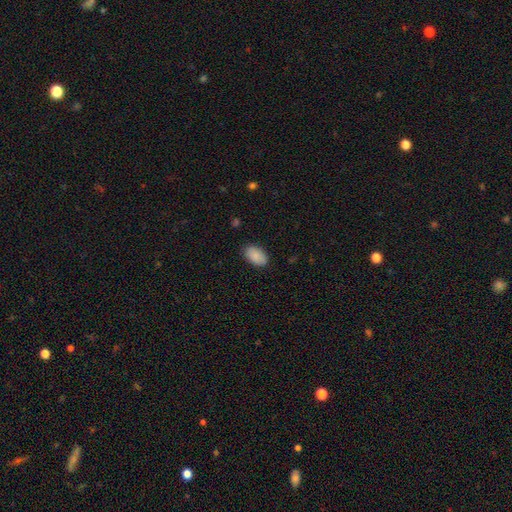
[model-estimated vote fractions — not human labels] A smooth galaxy with no disk features (89%) that is in between round and cigar-shaped (93%). Merging: none (88%).